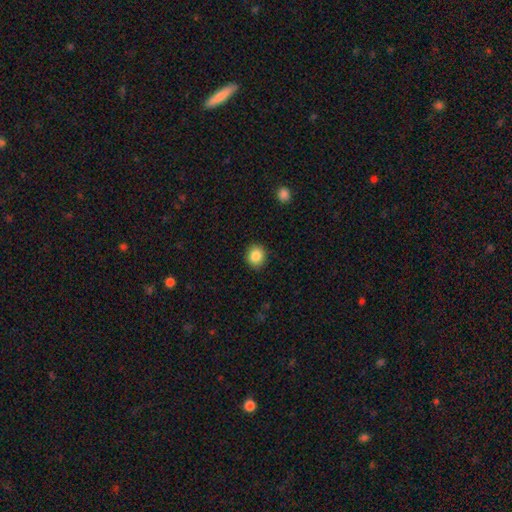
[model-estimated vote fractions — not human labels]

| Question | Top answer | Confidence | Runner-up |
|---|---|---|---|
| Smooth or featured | smooth | 86% | star or artifact (9%) |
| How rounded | round | 79% | in between (20%) |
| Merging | none | 89% | minor disturbance (8%) |